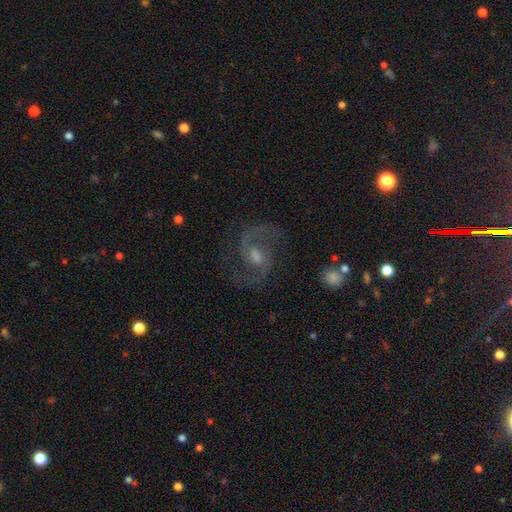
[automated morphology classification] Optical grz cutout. It shows a featured or disk galaxy (88%) with a weak bar (55%), 2 (92%) medium (61%) spiral arms (97%) and a moderate central bulge (51%). Merging: none (78%).